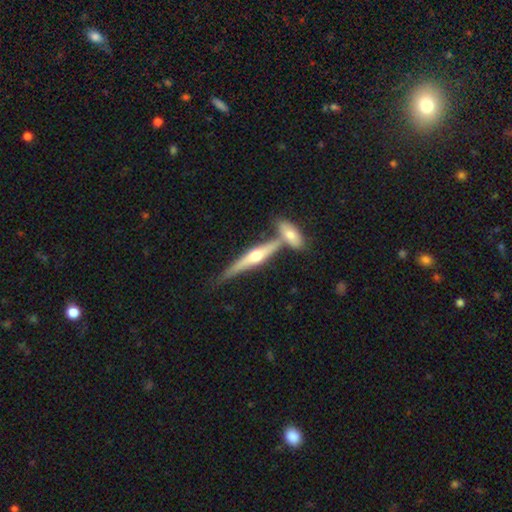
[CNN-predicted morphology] A featured or disk galaxy (66%) viewed edge-on (94%) with a rounded central bulge (91%).

Vote fractions:
- Smooth or featured? featured or disk: 66% / smooth: 29% / star or artifact: 6%
- Edge-on disk? yes: 94% / no: 6%
- Edge-on bulge? rounded: 91% / none: 5% / boxy: 4%
- Merging? none: 57% / merger: 28% / minor disturbance: 12% / major disturbance: 3%